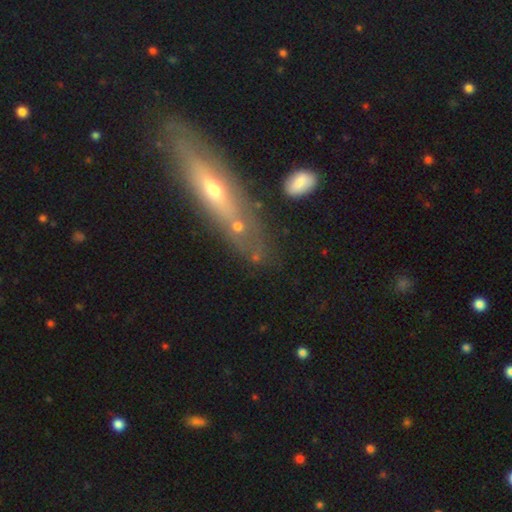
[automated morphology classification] smooth 49%, featured or disk 34%, star or artifact 17%. Down the decision tree: merging — none (55%).